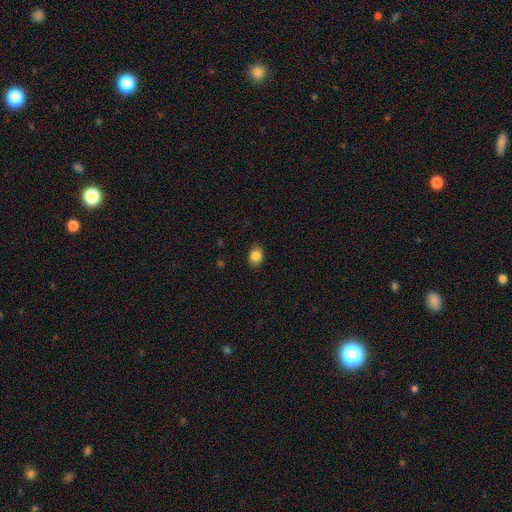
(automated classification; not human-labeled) Smooth or featured: smooth — 85% (star or artifact — 9%)
How rounded: in between — 56% (round — 43%)
Merging: none — 87% (minor disturbance — 10%)